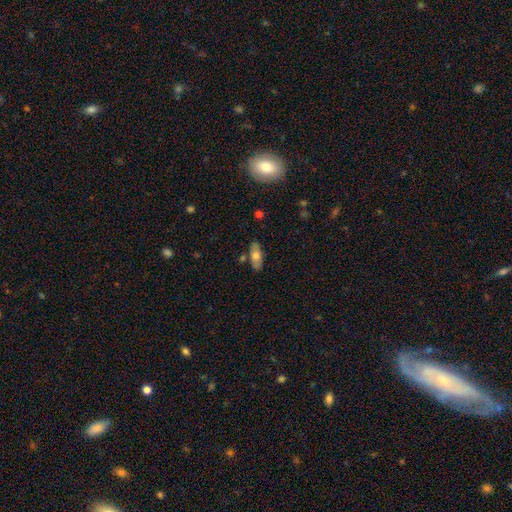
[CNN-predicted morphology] smooth-or-featured: smooth: 64% | featured or disk: 30% | star or artifact: 6%
  how-rounded: in between: 81% | cigar-shaped: 17% | round: 3%
  merging: none: 79% | minor disturbance: 13% | merger: 5% | major disturbance: 3%